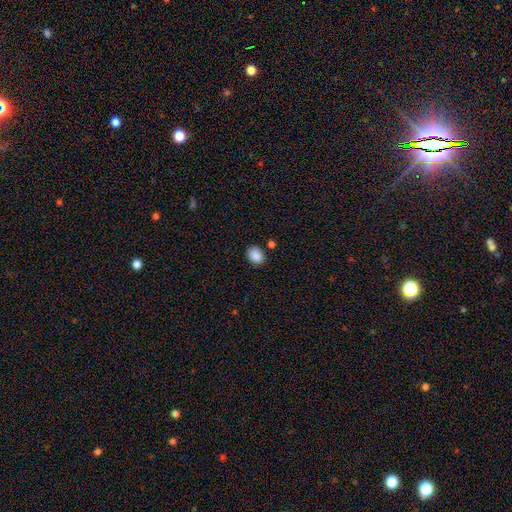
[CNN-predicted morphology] Smooth or featured?
  - smooth: 88% *
  - star or artifact: 9%
  - featured or disk: 3%
How rounded?
  - in between: 64% *
  - round: 35%
  - cigar-shaped: 1%
Merging?
  - none: 82% *
  - minor disturbance: 11%
  - merger: 4%
  - major disturbance: 3%